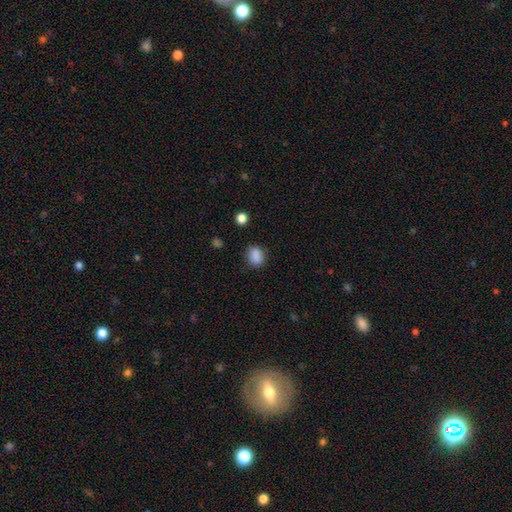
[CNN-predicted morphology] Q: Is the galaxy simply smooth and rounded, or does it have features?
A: smooth — 86%.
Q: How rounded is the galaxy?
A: in between — 57%.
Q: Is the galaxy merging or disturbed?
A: none — 81%.